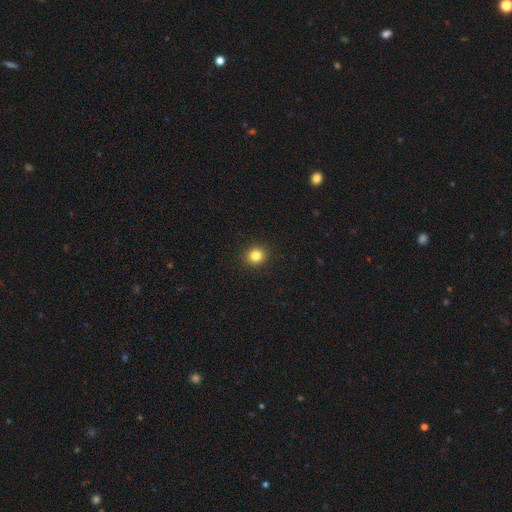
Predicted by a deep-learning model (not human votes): smooth 82%, star or artifact 12%, featured or disk 5%. Down the decision tree: how rounded — round (88%); merging — none (93%).